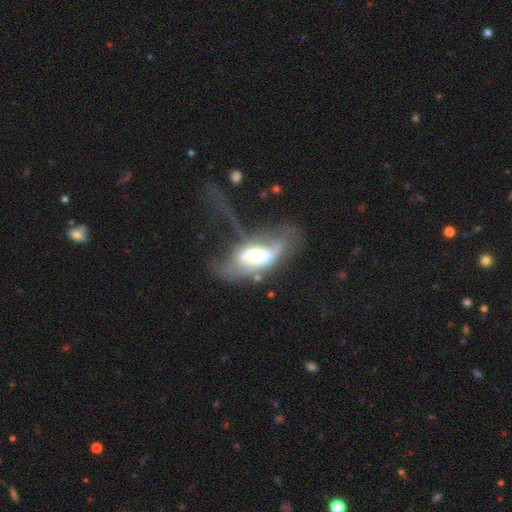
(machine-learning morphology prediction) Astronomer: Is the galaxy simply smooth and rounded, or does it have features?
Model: featured or disk — 61%.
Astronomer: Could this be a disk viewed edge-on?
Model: no — 89%.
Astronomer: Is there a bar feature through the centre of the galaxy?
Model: no — 70%.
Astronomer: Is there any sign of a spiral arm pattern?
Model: no — 55% (runner-up: yes, 45%).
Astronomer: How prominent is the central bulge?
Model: moderate — 62%.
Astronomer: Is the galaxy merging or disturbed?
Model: major disturbance — 53%.